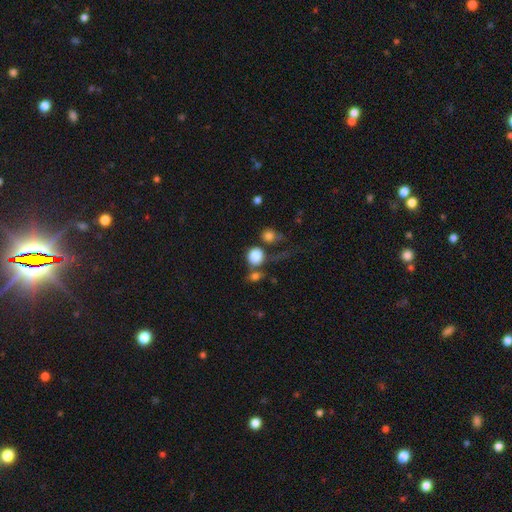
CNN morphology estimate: Overall: smooth (83%). How rounded: round (83%). Merging: none (47%; merger 28%).